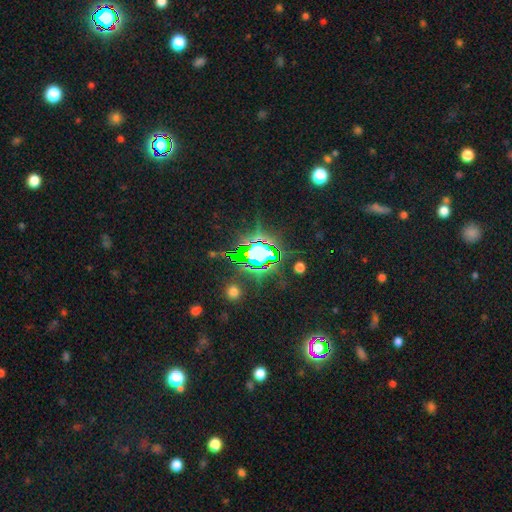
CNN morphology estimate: type=star or artifact (81%).